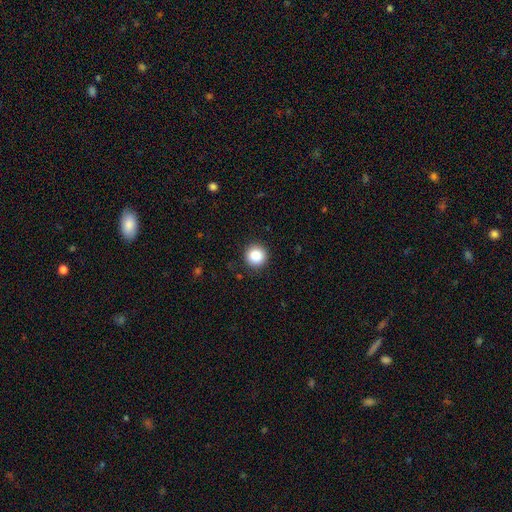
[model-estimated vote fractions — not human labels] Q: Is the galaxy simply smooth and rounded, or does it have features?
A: smooth — 87%.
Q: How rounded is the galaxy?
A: round — 95%.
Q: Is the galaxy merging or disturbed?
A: none — 91%.